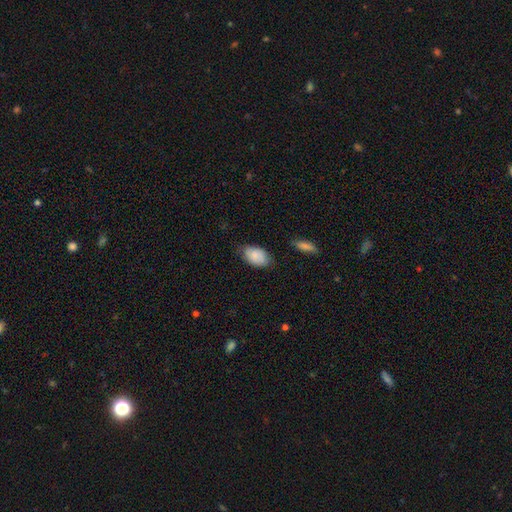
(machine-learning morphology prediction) Smooth or featured? smooth (85%)
How rounded? in between (92%)
Merging? none (71%)